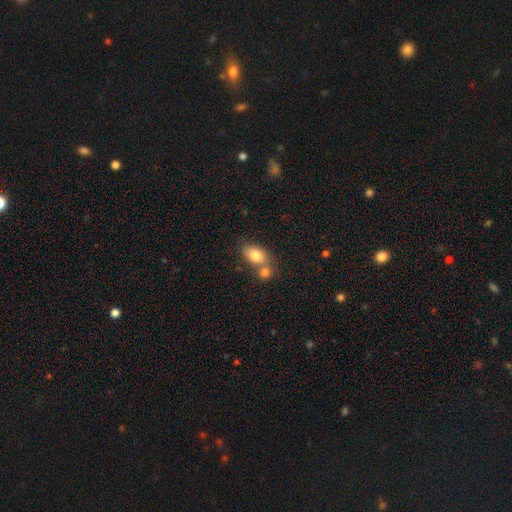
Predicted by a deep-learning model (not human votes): This is clearly a smooth galaxy (80%). How rounded: clearly in between (80%). Merging: marginally merger (45%).